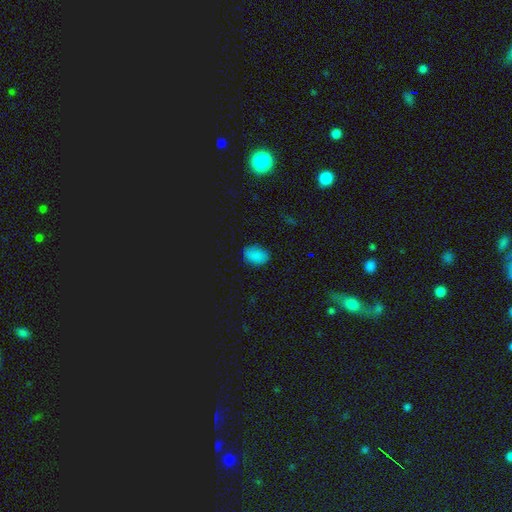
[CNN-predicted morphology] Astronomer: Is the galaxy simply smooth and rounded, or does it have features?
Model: smooth — 80%.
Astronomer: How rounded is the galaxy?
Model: in between — 81%.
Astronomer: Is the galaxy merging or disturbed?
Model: none — 79%.